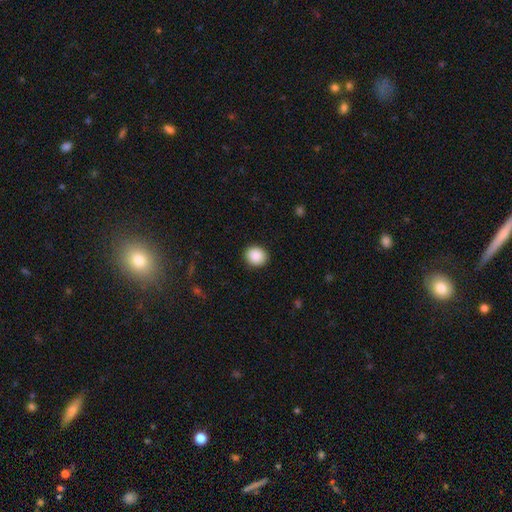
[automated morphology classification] Smooth or featured: smooth — 90% (star or artifact — 8%)
How rounded: round — 77% (in between — 22%)
Merging: none — 90% (minor disturbance — 7%)